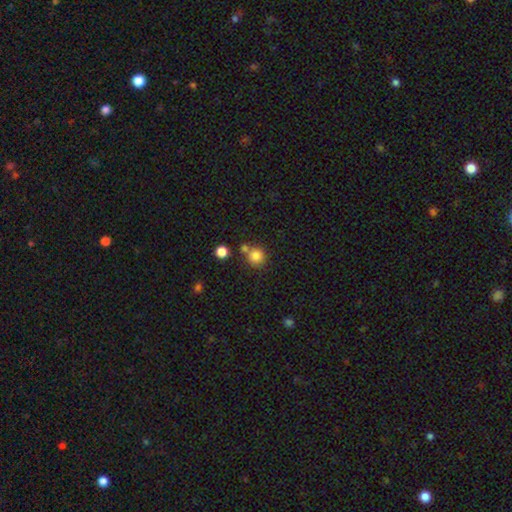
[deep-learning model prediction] Q: Smooth or featured?
A: smooth (83%); runner-up: star or artifact (11%)
Q: How rounded?
A: round (92%); runner-up: in between (7%)
Q: Merging?
A: none (68%); runner-up: merger (19%)